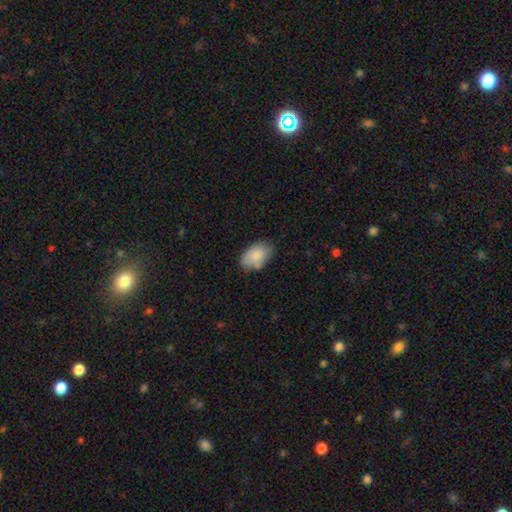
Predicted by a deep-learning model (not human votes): Smooth or featured? smooth (81%)
How rounded? in between (90%)
Merging? none (68%)